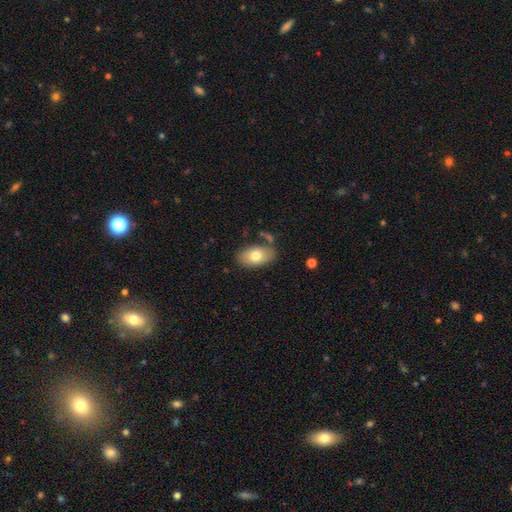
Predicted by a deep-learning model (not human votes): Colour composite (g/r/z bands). It shows a smooth galaxy with no disk features (74%) that is in between round and cigar-shaped (91%). Merging: none (73%).